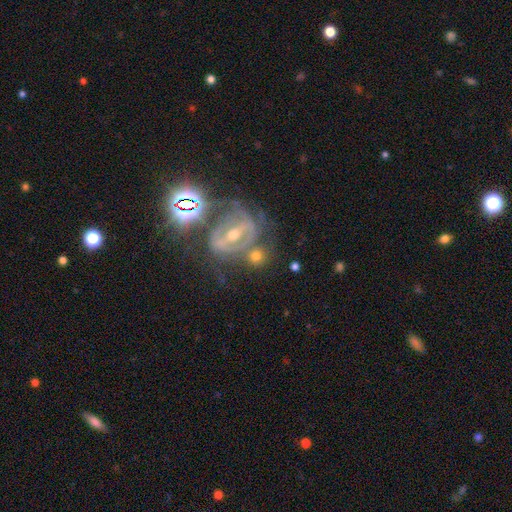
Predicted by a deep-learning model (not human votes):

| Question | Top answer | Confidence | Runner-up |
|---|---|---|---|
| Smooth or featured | featured or disk | 53% | smooth (37%) |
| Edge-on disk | no | 93% | yes (7%) |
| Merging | none | 54% | merger (22%) |